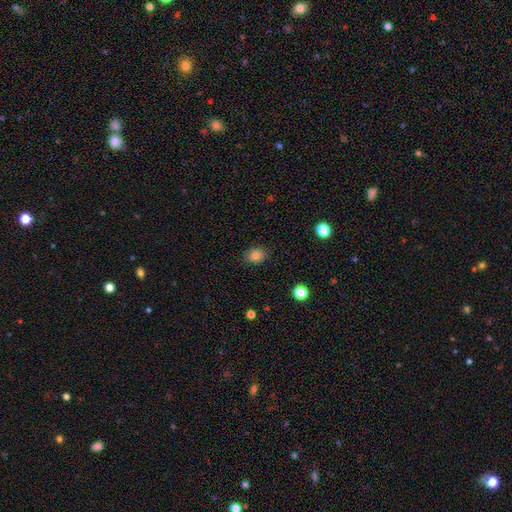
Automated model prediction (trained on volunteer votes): Morphology: type=smooth (83%); roundness=in between (52%); merging=none (86%).